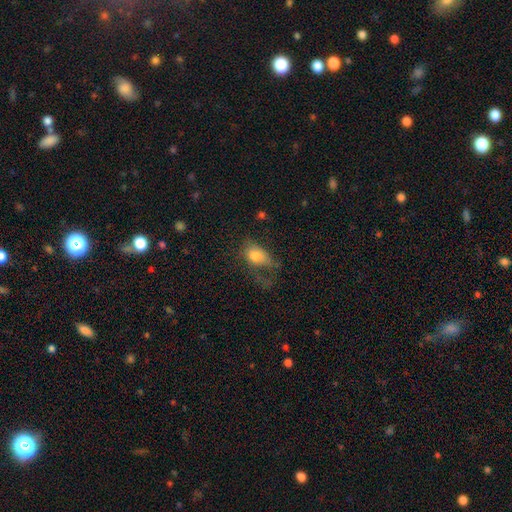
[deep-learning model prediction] smooth_or_featured: smooth (p=0.73) [alt: featured or disk p=0.17]
how_rounded: in between (p=0.79) [alt: round p=0.18]
merging: major disturbance (p=0.43) [alt: none p=0.29]